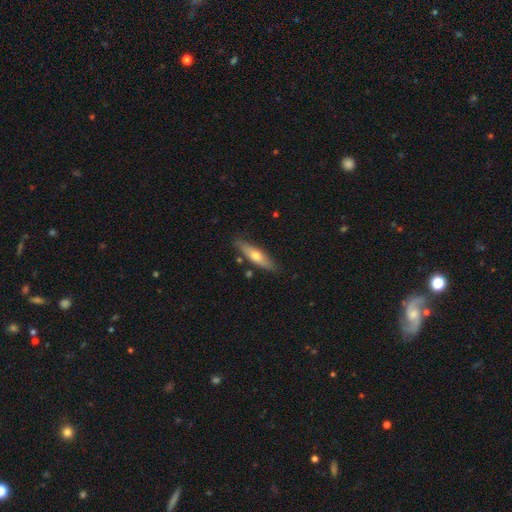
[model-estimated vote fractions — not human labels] Morphology: type=smooth (53%); roundness=cigar-shaped (72%); merging=none (83%).